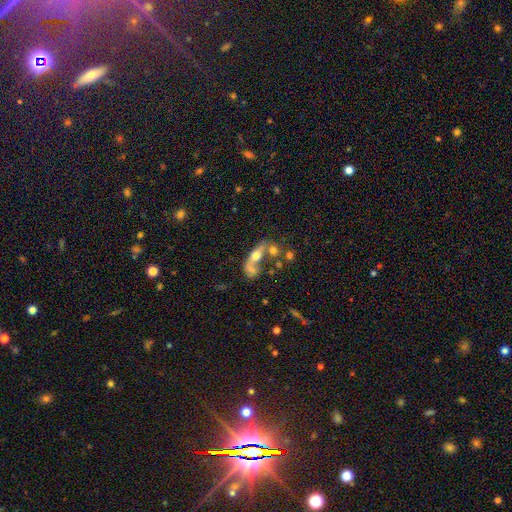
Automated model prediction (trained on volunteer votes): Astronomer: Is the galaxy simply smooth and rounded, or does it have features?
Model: smooth — 45% (runner-up: featured or disk, 44%).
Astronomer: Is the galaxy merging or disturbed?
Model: merger — 46% (runner-up: none, 25%).